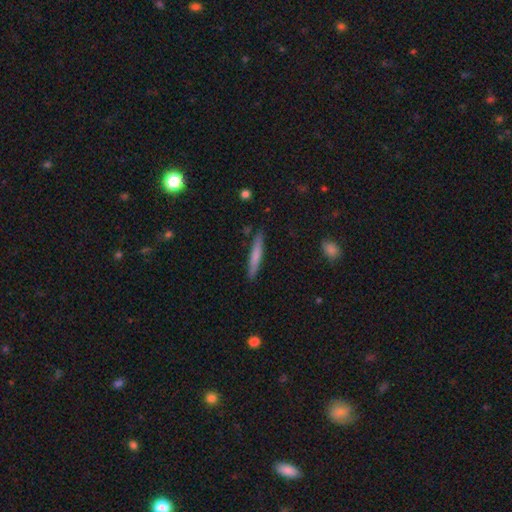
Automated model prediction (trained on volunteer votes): A smooth galaxy with no disk features (65%) that is cigar-shaped (95%).

Vote fractions:
- Smooth or featured? smooth: 65% / featured or disk: 29% / star or artifact: 6%
- How rounded? cigar-shaped: 95% / in between: 4% / round: 1%
- Merging? none: 89% / minor disturbance: 8% / merger: 2% / major disturbance: 2%